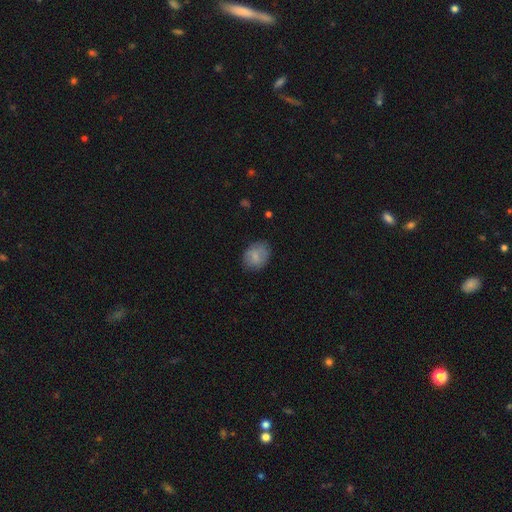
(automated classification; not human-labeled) Smooth or featured? Predicted: smooth (p=0.75). How rounded? Predicted: in between (p=0.63). Merging? Predicted: none (p=0.74).